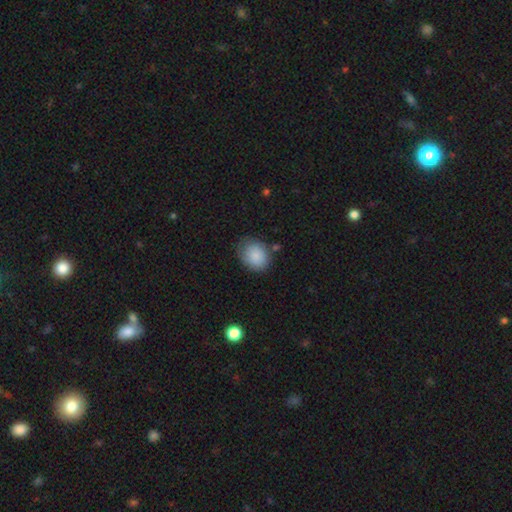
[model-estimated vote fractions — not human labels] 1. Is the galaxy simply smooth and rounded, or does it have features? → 86% smooth, 7% star or artifact, 7% featured or disk.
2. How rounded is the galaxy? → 50% round, 49% in between, 1% cigar-shaped.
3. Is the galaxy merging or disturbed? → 71% none, 20% minor disturbance, 5% major disturbance, 4% merger.